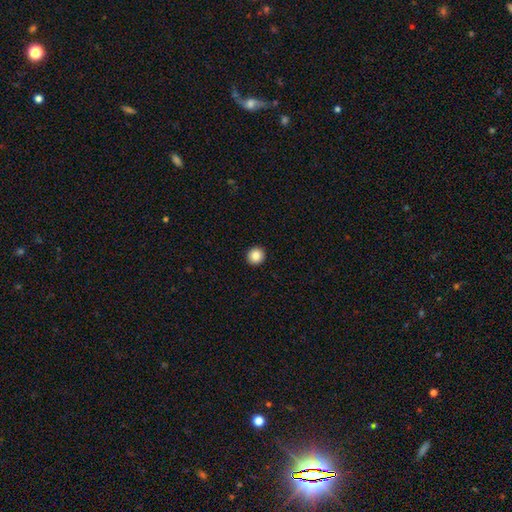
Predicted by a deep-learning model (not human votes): The model was most divided on "smooth or featured": smooth: 86%, star or artifact: 9%, featured or disk: 5%. More confident: how rounded — round (95%); merging — none (94%).